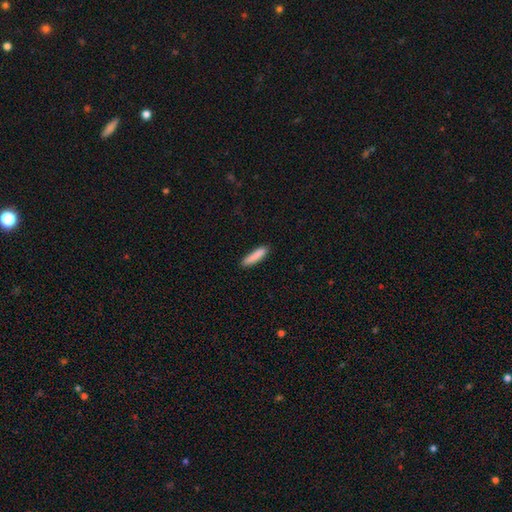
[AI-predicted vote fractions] smooth 86%, featured or disk 7%, star or artifact 6%. Down the decision tree: how rounded — cigar-shaped (85%); merging — none (86%).